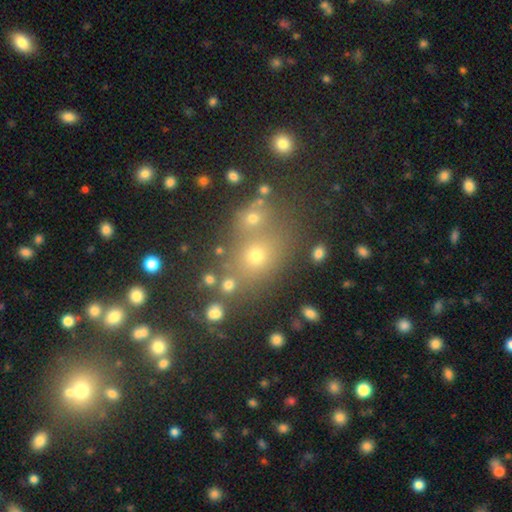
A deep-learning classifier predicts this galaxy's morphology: smooth 58%, star or artifact 29%, featured or disk 13%. Down the decision tree: how rounded — round (62%); merging — none (62%).